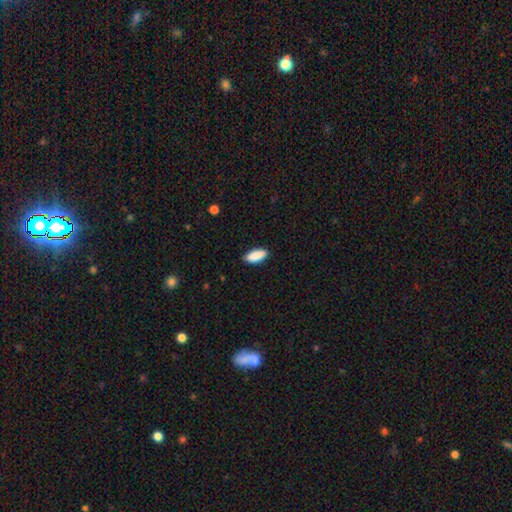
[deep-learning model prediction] Q: Smooth or featured?
A: smooth (89%); runner-up: star or artifact (6%)
Q: How rounded?
A: in between (82%); runner-up: cigar-shaped (16%)
Q: Merging?
A: none (87%); runner-up: minor disturbance (10%)